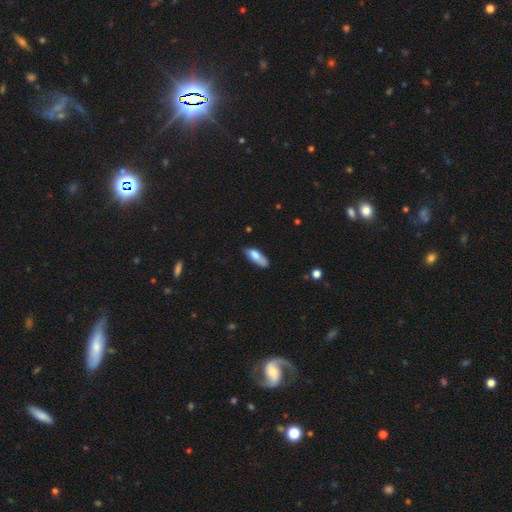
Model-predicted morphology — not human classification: The model was most divided on "how rounded": in between: 66%, cigar-shaped: 32%, round: 2%. More confident: smooth or featured — smooth (79%); merging — none (63%).